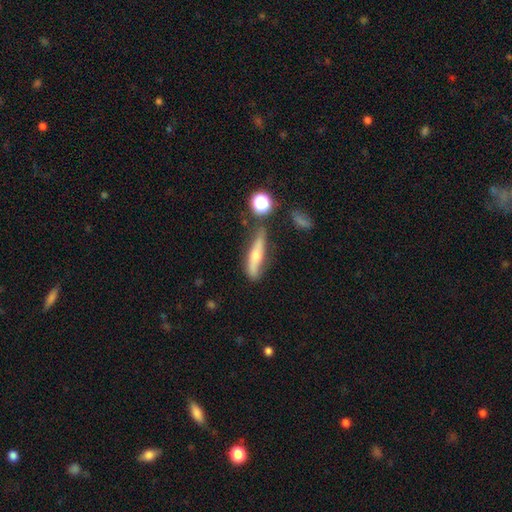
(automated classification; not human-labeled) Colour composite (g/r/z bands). It shows a featured or disk galaxy (49%). Merging: none (65%).